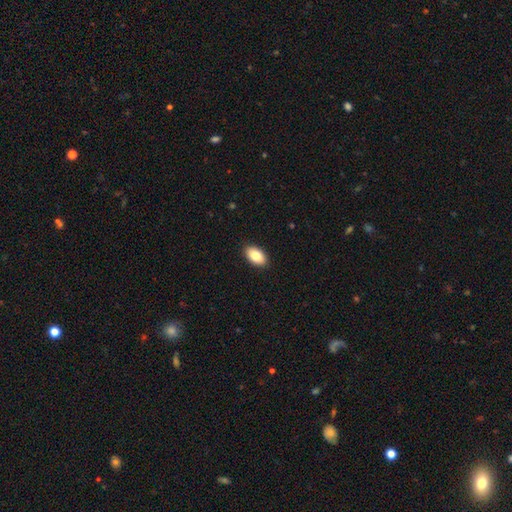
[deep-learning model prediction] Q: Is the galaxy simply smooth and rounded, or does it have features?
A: smooth — 83%.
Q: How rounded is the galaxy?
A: in between — 94%.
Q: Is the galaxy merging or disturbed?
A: none — 91%.